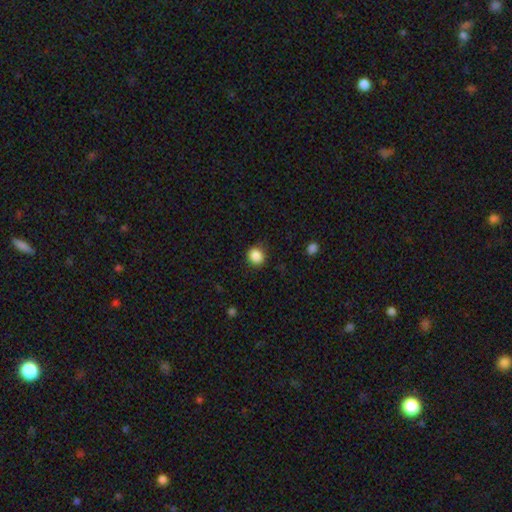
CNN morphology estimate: This appears to be a smooth galaxy with no disk features (87%) that is round (83%). Merging: none (86%).